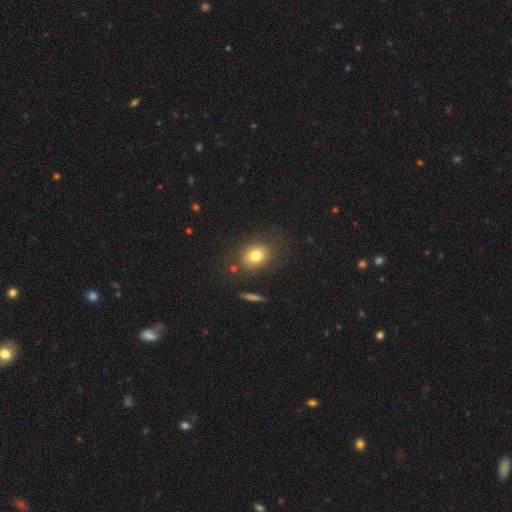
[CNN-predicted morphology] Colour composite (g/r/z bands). It shows a smooth galaxy with no disk features (78%) that is in between round and cigar-shaped (53%). Merging: none (79%).